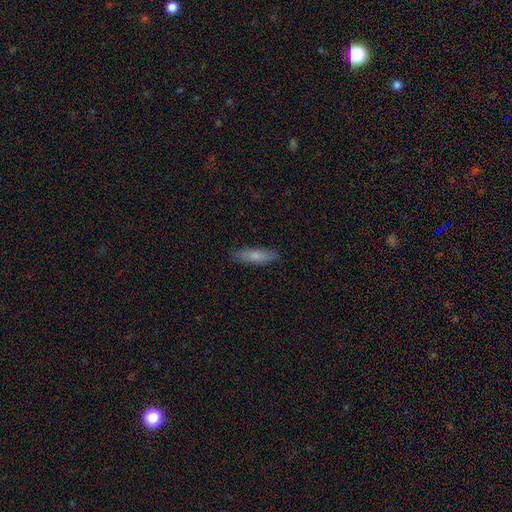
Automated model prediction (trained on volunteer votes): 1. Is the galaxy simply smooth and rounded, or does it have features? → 75% smooth, 18% featured or disk, 6% star or artifact.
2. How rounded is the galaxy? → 60% cigar-shaped, 38% in between, 2% round.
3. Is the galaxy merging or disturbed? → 86% none, 11% minor disturbance, 2% major disturbance, 1% merger.